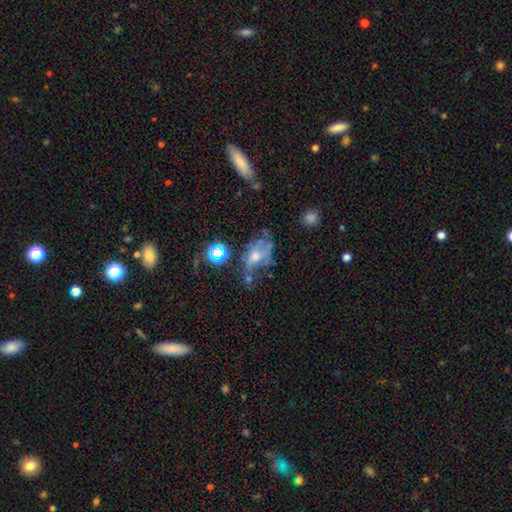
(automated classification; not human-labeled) Smooth or featured: featured or disk — 43% (smooth — 35%)
Merging: major disturbance — 31% (tied with none — 31%)